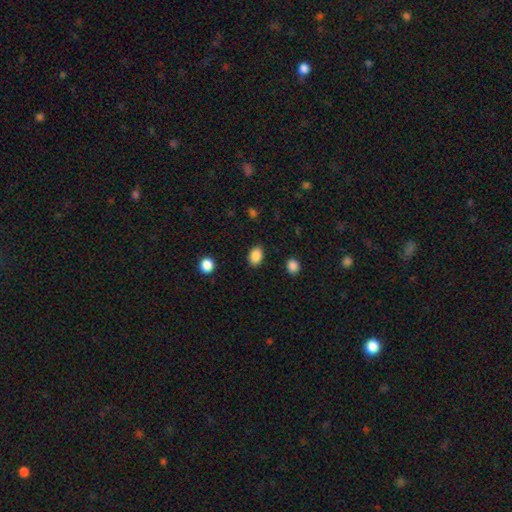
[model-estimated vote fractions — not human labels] This is clearly a smooth galaxy (88%). How rounded: likely in between (80%). Merging: clearly none (86%).